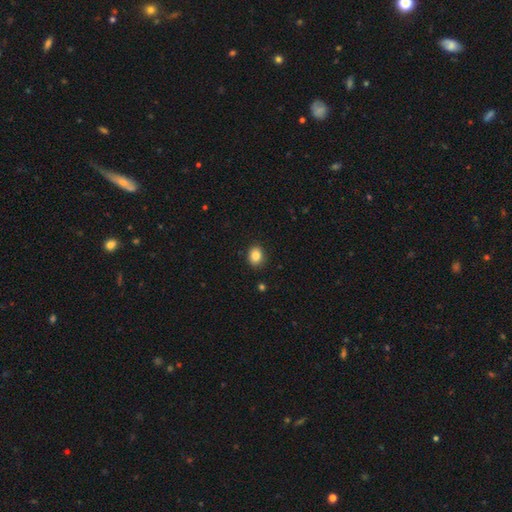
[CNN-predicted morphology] This is clearly a smooth galaxy (84%). How rounded: possibly round (54%). Merging: clearly none (90%).